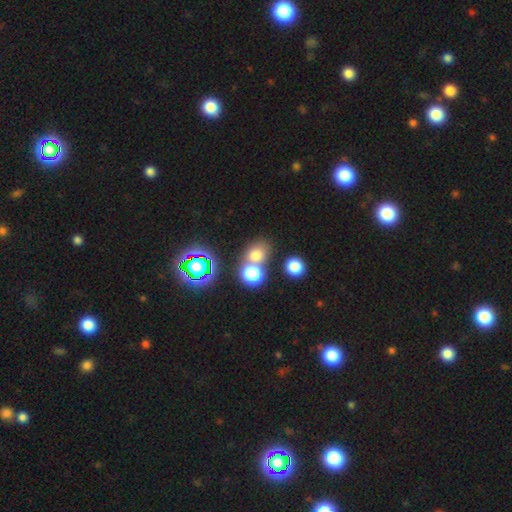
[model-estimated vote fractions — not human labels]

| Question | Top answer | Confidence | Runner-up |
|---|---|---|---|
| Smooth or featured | smooth | 70% | star or artifact (19%) |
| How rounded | round | 67% | in between (32%) |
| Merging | merger | 47% | none (42%) |